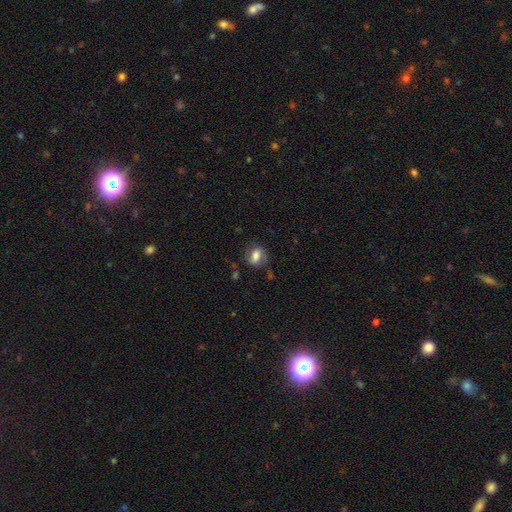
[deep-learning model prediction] This is possibly a smooth galaxy (53%). How rounded: likely in between (76%). Merging: likely none (60%).